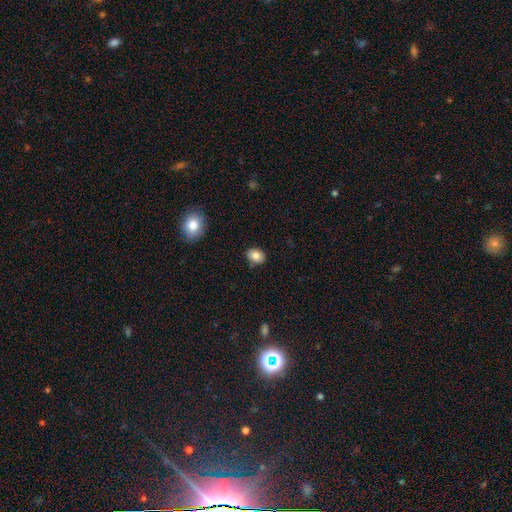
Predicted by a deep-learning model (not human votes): smooth_or_featured: smooth (p=0.83) [alt: star or artifact p=0.09]
how_rounded: in between (p=0.59) [alt: round p=0.40]
merging: none (p=0.83) [alt: minor disturbance p=0.12]